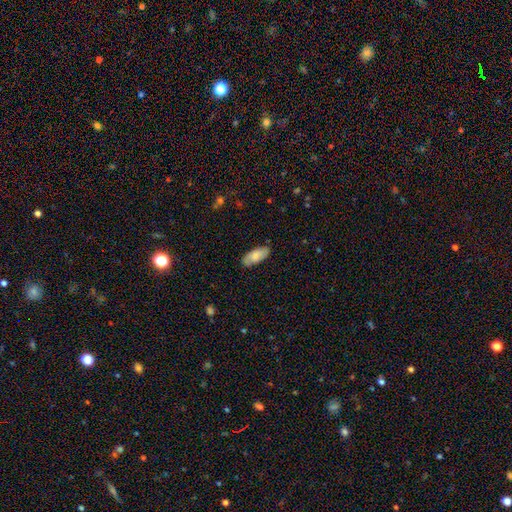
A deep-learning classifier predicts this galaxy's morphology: smooth-or-featured: smooth: 77% | featured or disk: 17% | star or artifact: 6%
  how-rounded: in between: 85% | cigar-shaped: 13% | round: 2%
  merging: none: 83% | minor disturbance: 14% | major disturbance: 2% | merger: 1%